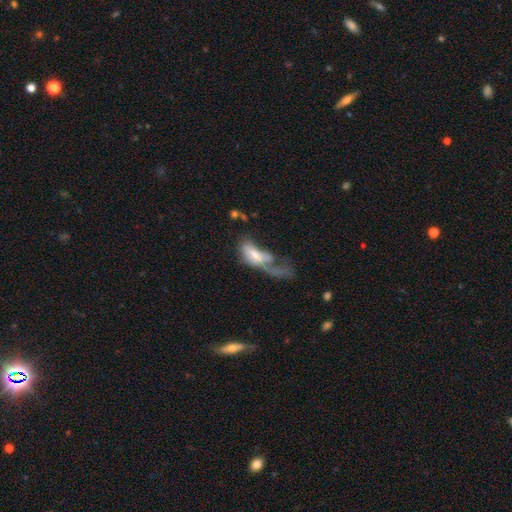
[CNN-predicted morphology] Smooth or featured? Predicted: smooth (p=0.54). How rounded? Predicted: in between (p=0.79). Merging? Predicted: major disturbance (p=0.62).